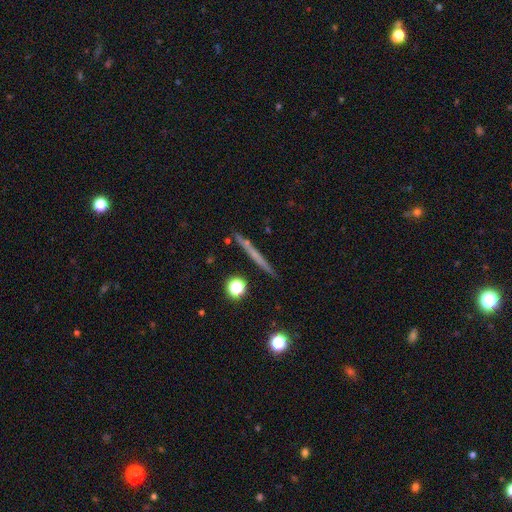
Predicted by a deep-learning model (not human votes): smooth_or_featured: smooth (p=0.47) [alt: featured or disk p=0.45]
merging: none (p=0.88) [alt: minor disturbance p=0.08]